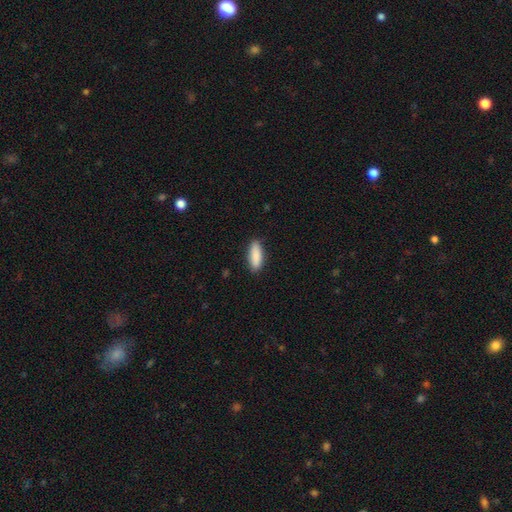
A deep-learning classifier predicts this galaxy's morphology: Smooth or featured? Predicted: smooth (p=0.89). How rounded? Predicted: in between (p=0.62). Merging? Predicted: none (p=0.87).